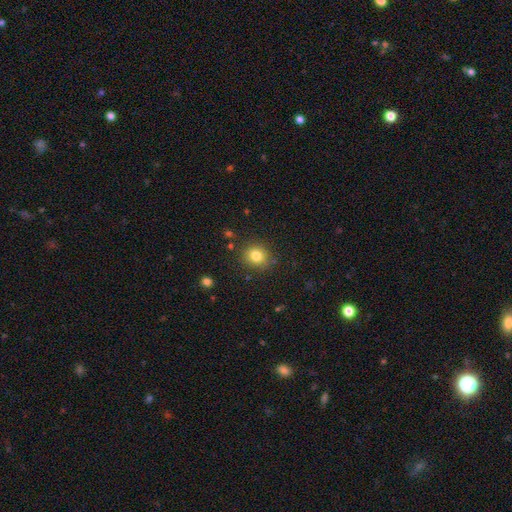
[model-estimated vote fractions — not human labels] The model was most divided on "how rounded": round: 80%, in between: 19%, cigar-shaped: 1%. More confident: merging — none (86%); smooth or featured — smooth (80%).